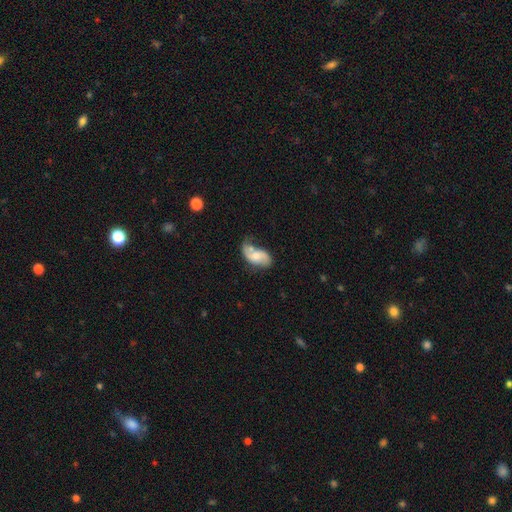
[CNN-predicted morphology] smooth-or-featured: featured or disk: 65% | smooth: 29% | star or artifact: 7%
  disk-edge-on: no: 96% | yes: 4%
    bar: no: 63% | weak: 31% | strong: 6%
    has-spiral-arms: yes: 86% | no: 14%
      spiral-winding: loose: 57% | medium: 31% | tight: 12%
      spiral-arm-count: 2: 81% | 1: 9% | can't tell: 7% | 3: 1% | 4: 1% | more than 4: 1%
    bulge-size: moderate: 58% | small: 30% | large: 6% | none: 4% | dominant: 1%
  merging: none: 42% | minor disturbance: 29% | major disturbance: 16% | merger: 13%